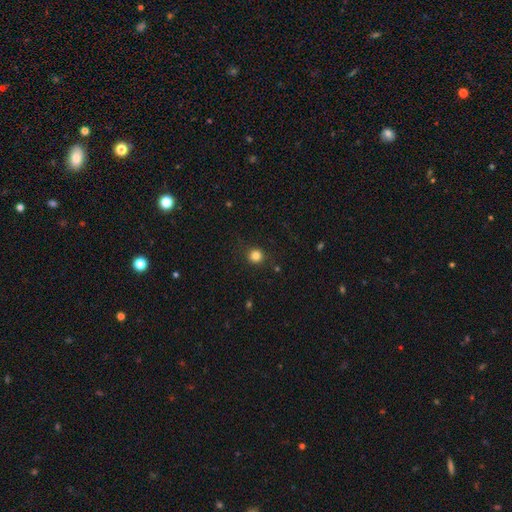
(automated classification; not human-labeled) smooth-or-featured: smooth: 83% | star or artifact: 13% | featured or disk: 4%
  how-rounded: round: 93% | in between: 6% | cigar-shaped: 1%
  merging: none: 89% | minor disturbance: 7% | major disturbance: 3% | merger: 1%